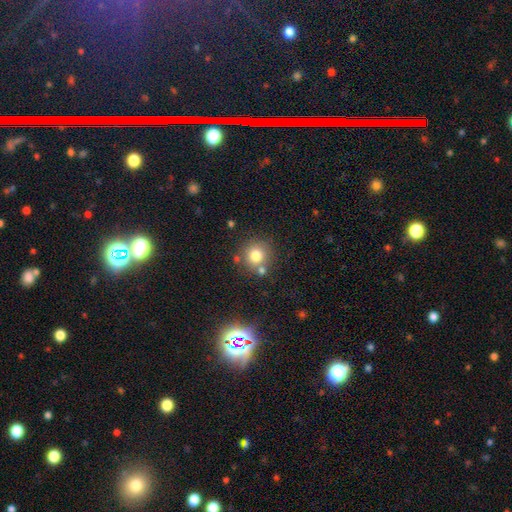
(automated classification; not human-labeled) Smooth or featured: smooth — 77% (star or artifact — 13%)
How rounded: round — 91% (in between — 8%)
Merging: none — 72% (merger — 14%)